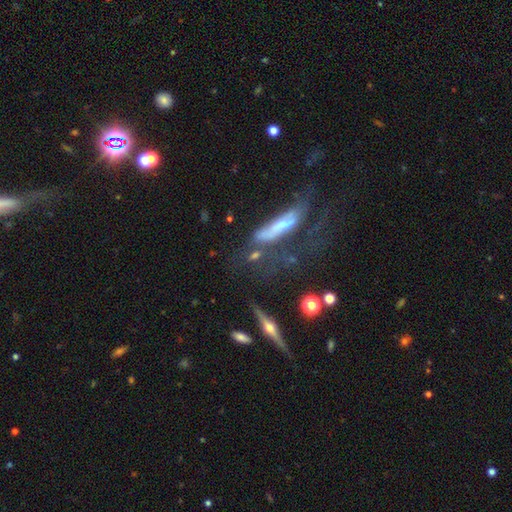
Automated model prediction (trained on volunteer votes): smooth-or-featured: featured or disk: 54% | smooth: 32% | star or artifact: 14%
  disk-edge-on: yes: 69% | no: 31%
  merging: none: 36% | major disturbance: 30% | minor disturbance: 19% | merger: 15%